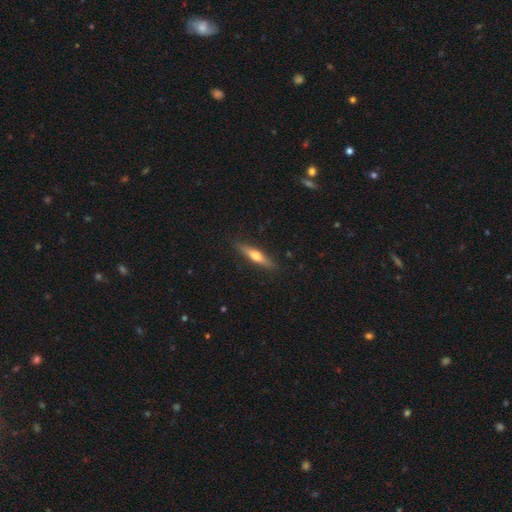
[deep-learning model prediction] This is possibly a featured or disk galaxy (51%). It is clearly viewed edge-on (94%). Merging: clearly none (88%).